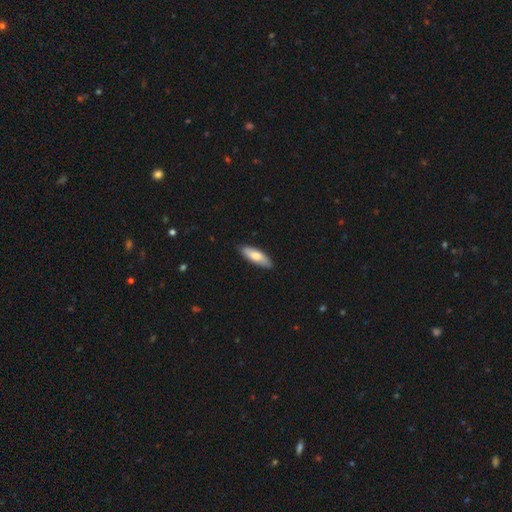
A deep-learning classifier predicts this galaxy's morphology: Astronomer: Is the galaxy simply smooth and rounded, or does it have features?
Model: smooth — 74%.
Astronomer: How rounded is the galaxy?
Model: in between — 54% (runner-up: cigar-shaped, 44%).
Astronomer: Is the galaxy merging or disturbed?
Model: none — 87%.